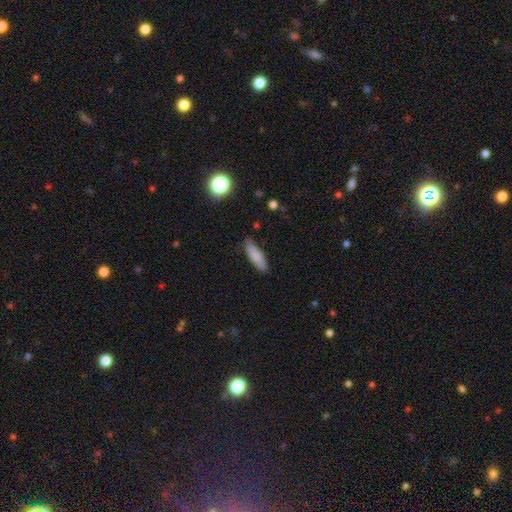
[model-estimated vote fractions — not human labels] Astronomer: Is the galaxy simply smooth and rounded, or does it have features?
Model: smooth — 82%.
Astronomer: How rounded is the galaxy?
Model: cigar-shaped — 54% (runner-up: in between, 45%).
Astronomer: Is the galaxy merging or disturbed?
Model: none — 78%.